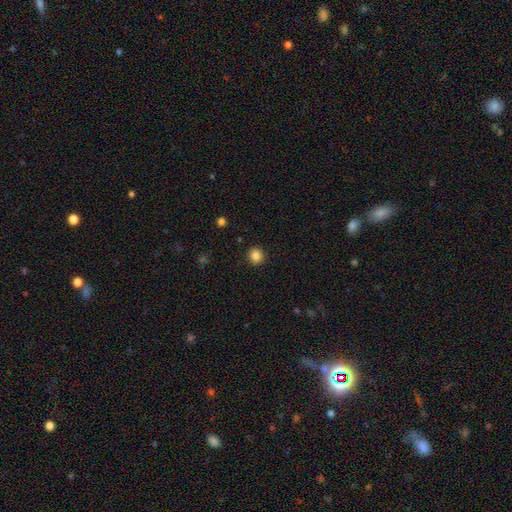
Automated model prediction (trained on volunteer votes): Smooth or featured: smooth — 85% (star or artifact — 11%)
How rounded: round — 85% (in between — 14%)
Merging: none — 91% (minor disturbance — 6%)